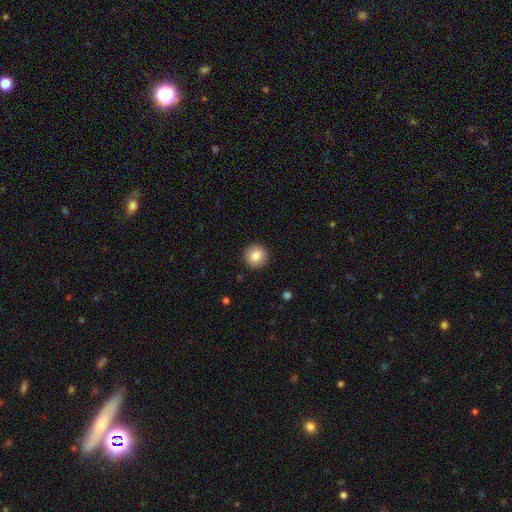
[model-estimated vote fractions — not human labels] Morphology: type=smooth (85%); roundness=round (96%); merging=none (93%).